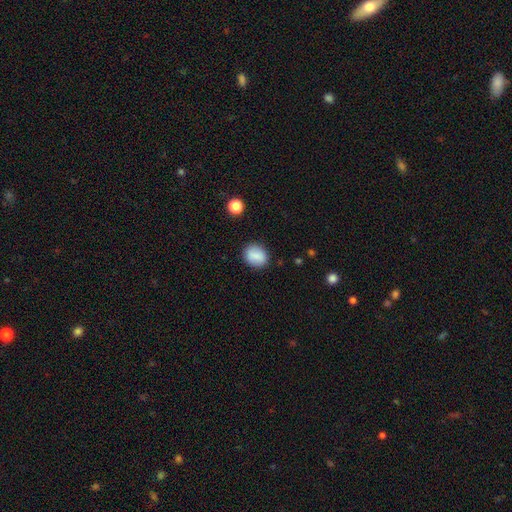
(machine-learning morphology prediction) Q: Smooth or featured?
A: smooth (84%); runner-up: star or artifact (8%)
Q: How rounded?
A: round (50%); runner-up: in between (49%)
Q: Merging?
A: none (85%); runner-up: minor disturbance (11%)